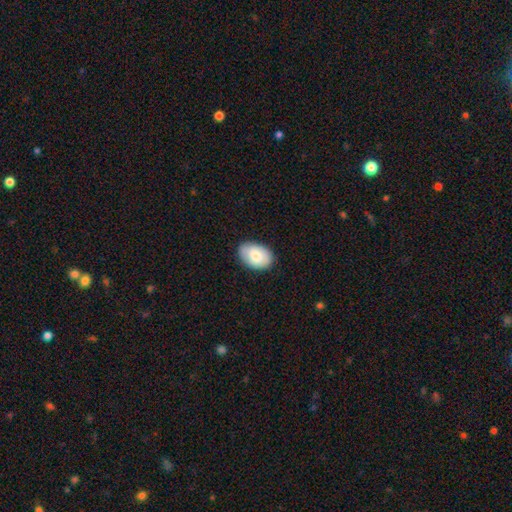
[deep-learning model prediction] smooth_or_featured: smooth (p=0.76) [alt: featured or disk p=0.17]
how_rounded: in between (p=0.89) [alt: round p=0.10]
merging: none (p=0.81) [alt: minor disturbance p=0.15]